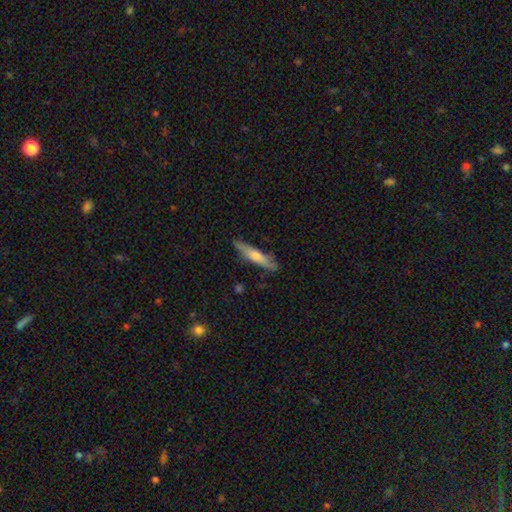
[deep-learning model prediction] Smooth or featured? smooth (53%)
How rounded? cigar-shaped (87%)
Merging? none (81%)